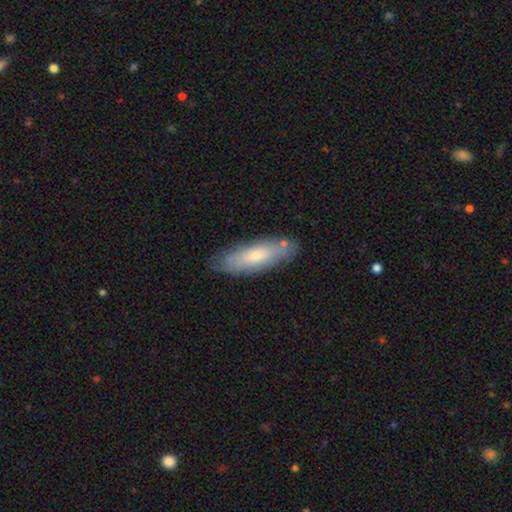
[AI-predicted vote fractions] The model was most divided on "how rounded": in between: 53%, cigar-shaped: 45%, round: 2%. More confident: merging — none (77%); smooth or featured — smooth (66%).